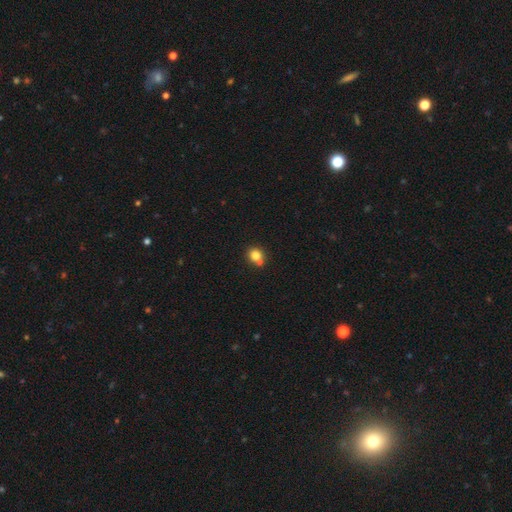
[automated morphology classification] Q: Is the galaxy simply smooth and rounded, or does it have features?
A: smooth — 81%.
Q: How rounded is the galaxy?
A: round — 78%.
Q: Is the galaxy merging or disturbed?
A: none — 63%.